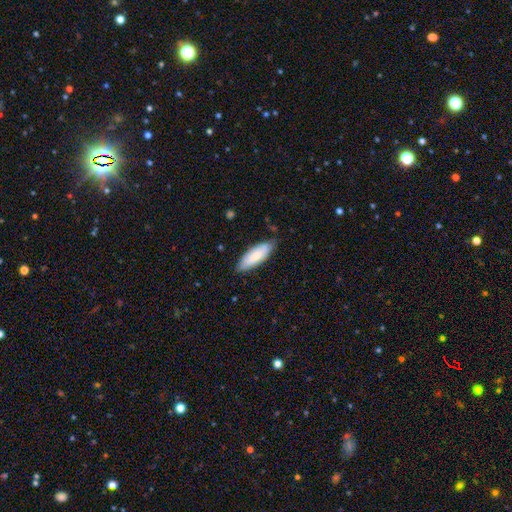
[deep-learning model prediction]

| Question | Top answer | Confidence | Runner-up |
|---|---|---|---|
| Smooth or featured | smooth | 80% | featured or disk (14%) |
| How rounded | in between | 67% | cigar-shaped (32%) |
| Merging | none | 79% | minor disturbance (17%) |